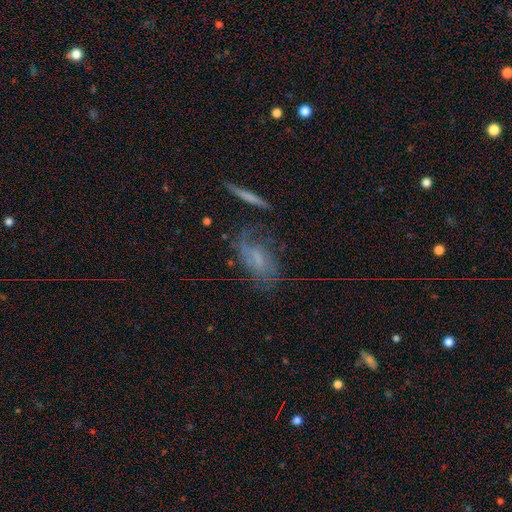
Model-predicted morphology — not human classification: smooth-or-featured: featured or disk: 49% | smooth: 37% | star or artifact: 14%
  merging: none: 54% | minor disturbance: 22% | major disturbance: 17% | merger: 7%